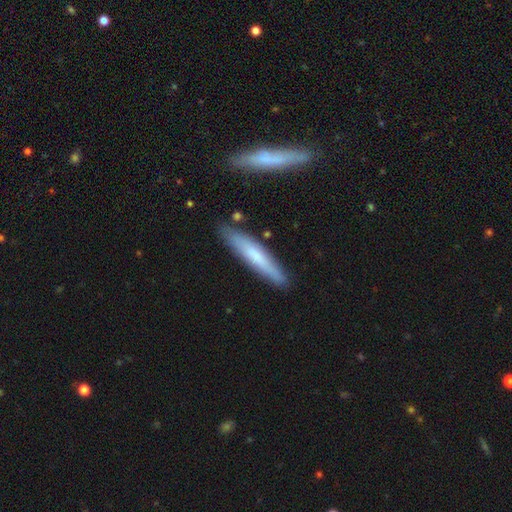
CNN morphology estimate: Smooth or featured?
  - smooth: 63% *
  - featured or disk: 32%
  - star or artifact: 6%
How rounded?
  - cigar-shaped: 91% *
  - in between: 8%
  - round: 1%
Merging?
  - none: 84% *
  - minor disturbance: 10%
  - merger: 3%
  - major disturbance: 2%